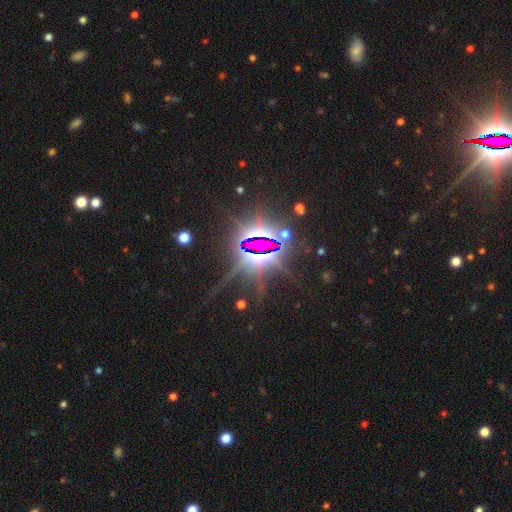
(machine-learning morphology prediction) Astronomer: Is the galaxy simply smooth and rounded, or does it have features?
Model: star or artifact — 85%.